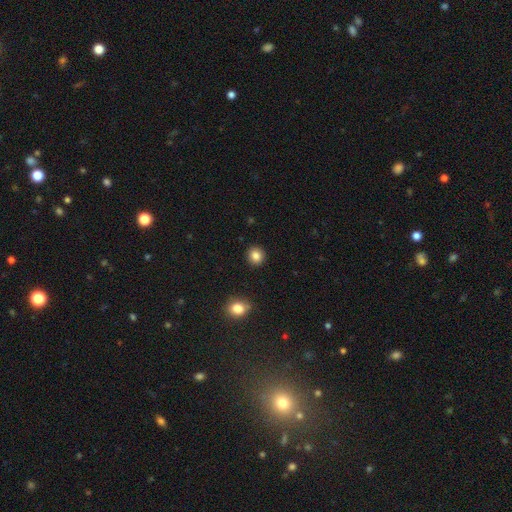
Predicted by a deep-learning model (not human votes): Smooth or featured? smooth (85%)
How rounded? round (86%)
Merging? none (91%)